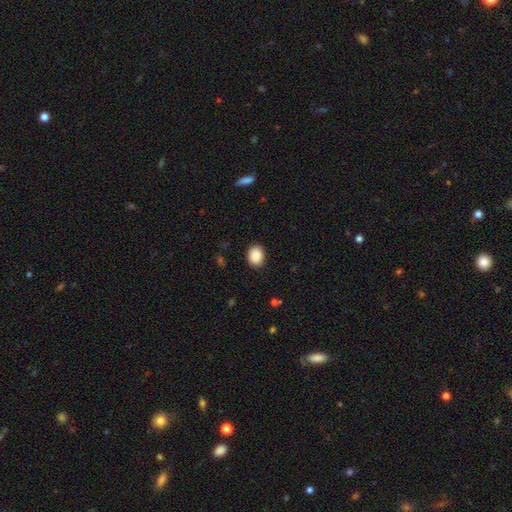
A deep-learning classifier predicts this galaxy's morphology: A smooth galaxy with no disk features (90%) that is in between round and cigar-shaped (57%). Merging: none (88%).